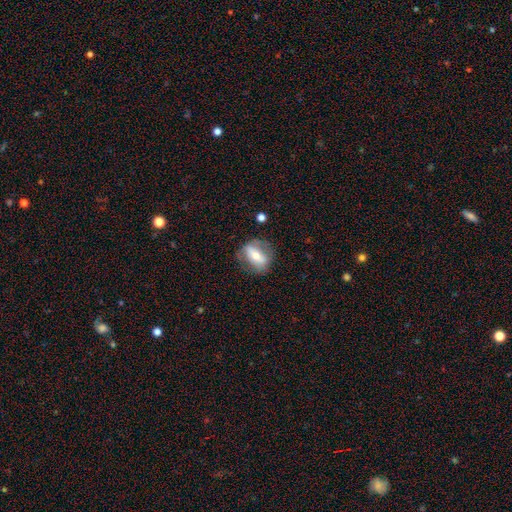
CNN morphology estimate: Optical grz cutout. It shows a featured or disk galaxy (51%). Merging: none (71%).